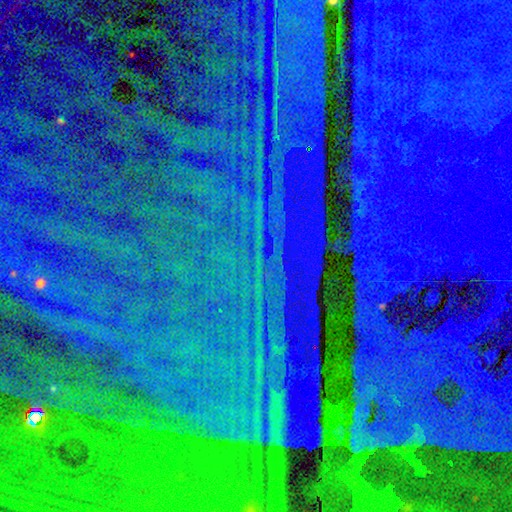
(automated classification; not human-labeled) A star or artifact, not a galaxy (88%).